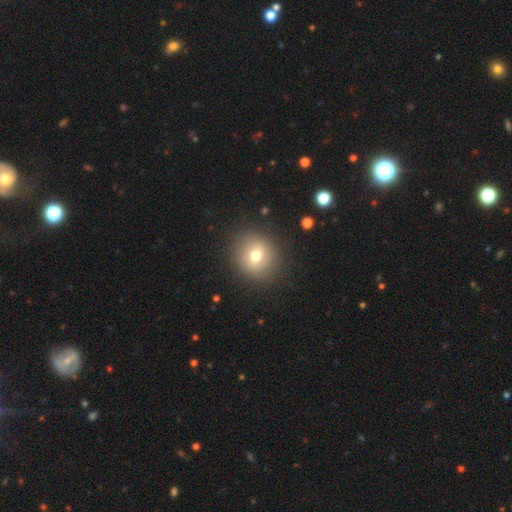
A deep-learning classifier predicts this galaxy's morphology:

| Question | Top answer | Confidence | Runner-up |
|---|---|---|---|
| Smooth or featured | smooth | 71% | featured or disk (17%) |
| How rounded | round | 88% | in between (11%) |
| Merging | none | 88% | minor disturbance (7%) |